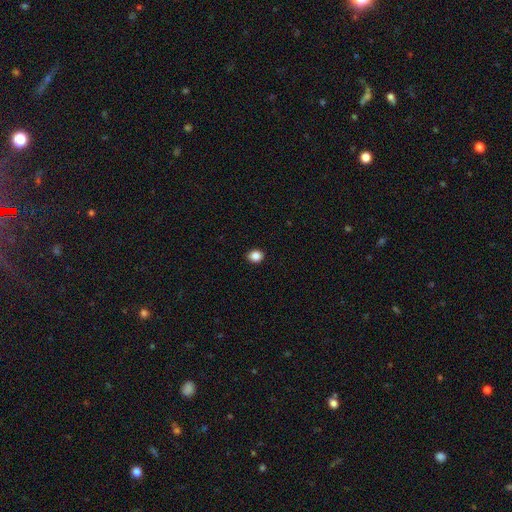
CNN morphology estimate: A smooth galaxy with no disk features (86%) that is round (59%). Merging: none (91%).